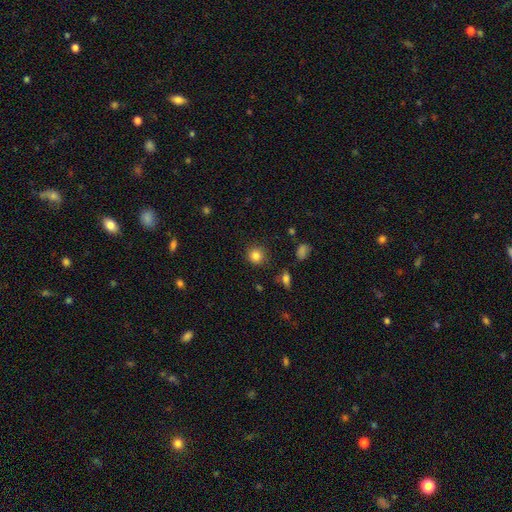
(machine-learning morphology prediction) smooth-or-featured: smooth: 84% | star or artifact: 11% | featured or disk: 5%
  how-rounded: round: 91% | in between: 8% | cigar-shaped: 1%
  merging: none: 88% | minor disturbance: 7% | major disturbance: 2% | merger: 2%